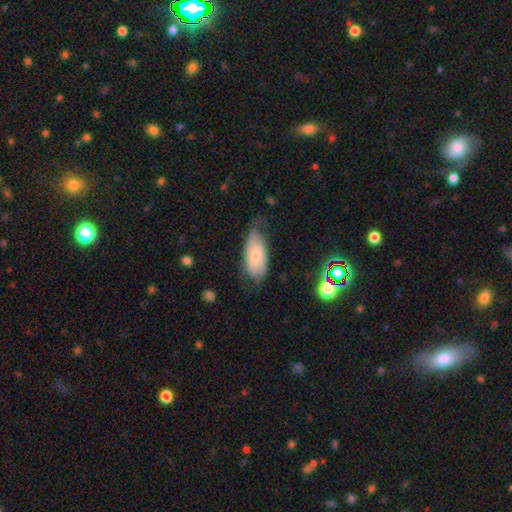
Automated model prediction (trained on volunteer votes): Smooth or featured? smooth (53%)
How rounded? in between (88%)
Merging? none (56%)